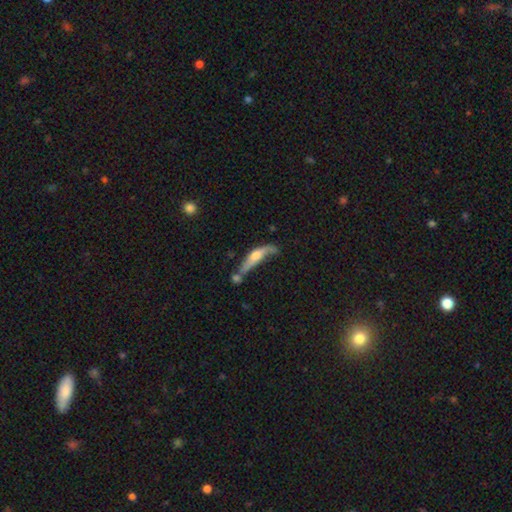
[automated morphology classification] smooth_or_featured: featured or disk (p=0.47) [alt: smooth p=0.46]
merging: none (p=0.30) [tied with: merger p=0.30]